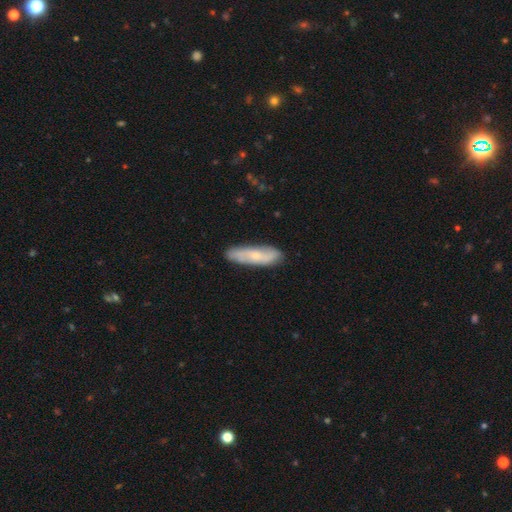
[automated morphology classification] smooth-or-featured: smooth: 49% | featured or disk: 45% | star or artifact: 6%
  merging: none: 84% | minor disturbance: 12% | major disturbance: 2% | merger: 1%